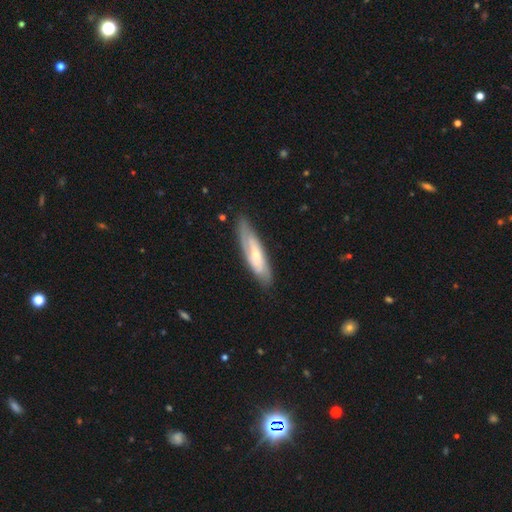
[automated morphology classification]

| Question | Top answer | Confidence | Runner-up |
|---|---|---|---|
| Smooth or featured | featured or disk | 61% | smooth (34%) |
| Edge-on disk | no | 68% | yes (32%) |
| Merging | none | 77% | minor disturbance (17%) |